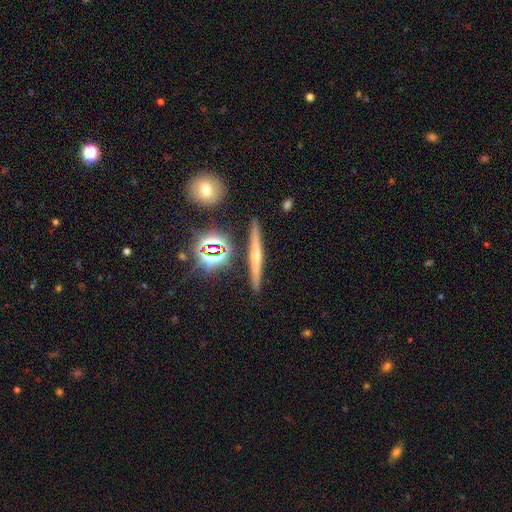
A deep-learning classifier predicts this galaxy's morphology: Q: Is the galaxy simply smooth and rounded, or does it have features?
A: featured or disk — 59%.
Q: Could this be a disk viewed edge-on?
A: yes — 95%.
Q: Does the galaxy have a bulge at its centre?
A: rounded — 72%.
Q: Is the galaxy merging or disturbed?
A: none — 89%.